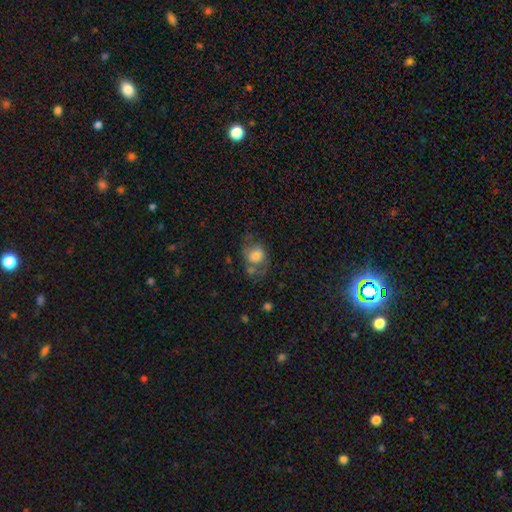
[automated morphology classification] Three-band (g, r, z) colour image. It shows a smooth galaxy with no disk features (66%) that is in between round and cigar-shaped (53%). Merging: none (42%).